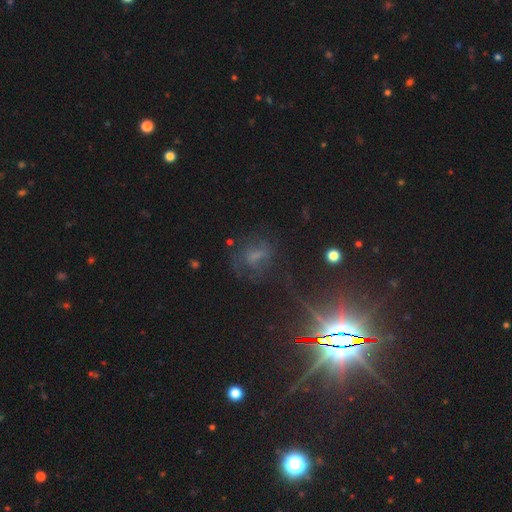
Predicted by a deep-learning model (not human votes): Smooth or featured?
  - featured or disk: 35% *
  - star or artifact: 33%
  - smooth: 32%
Merging?
  - none: 53% *
  - major disturbance: 23%
  - minor disturbance: 20%
  - merger: 4%